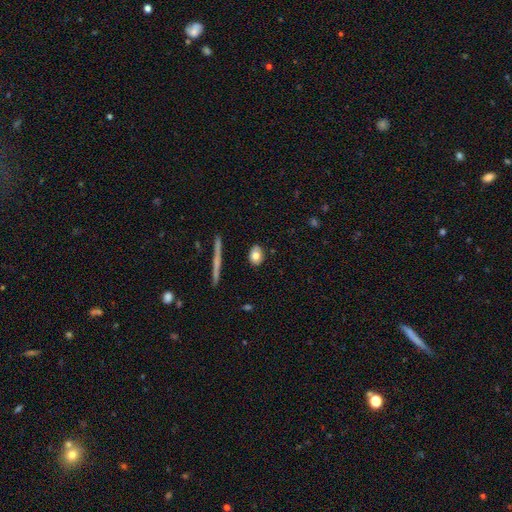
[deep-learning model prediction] smooth_or_featured: smooth (p=0.76) [alt: featured or disk p=0.16]
how_rounded: in between (p=0.59) [alt: round p=0.36]
merging: none (p=0.87) [alt: minor disturbance p=0.09]